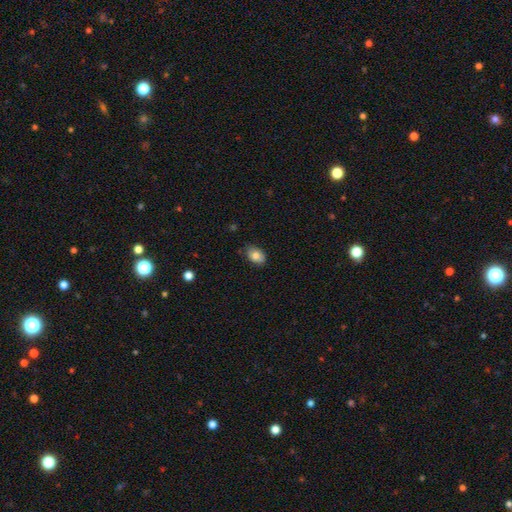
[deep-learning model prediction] Q: Smooth or featured?
A: smooth (79%); runner-up: featured or disk (13%)
Q: How rounded?
A: in between (83%); runner-up: round (16%)
Q: Merging?
A: none (82%); runner-up: minor disturbance (15%)